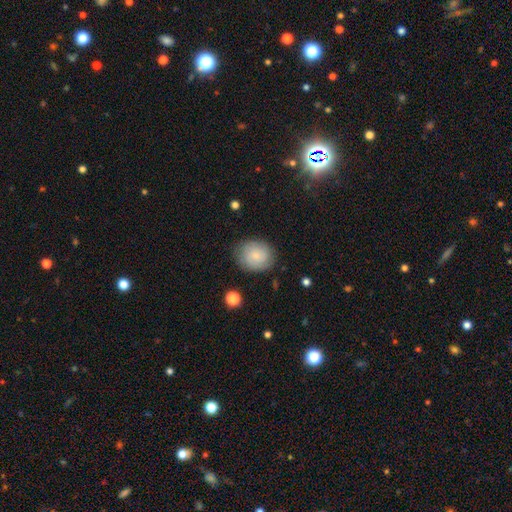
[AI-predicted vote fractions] Overall: smooth (68%). How rounded: round (65%; in between 34%). Merging: none (79%).